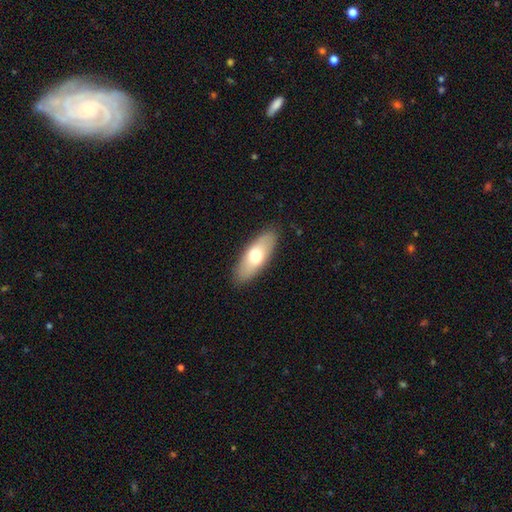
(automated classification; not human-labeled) This is likely a smooth galaxy (67%). How rounded: likely in between (73%). Merging: clearly none (88%).